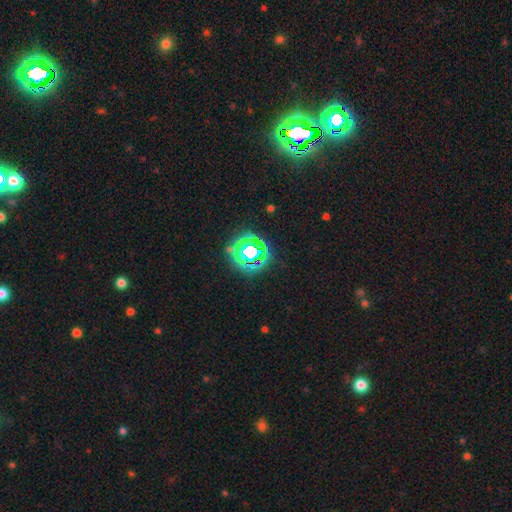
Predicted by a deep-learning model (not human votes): A star or artifact, not a galaxy (68%).

Vote fractions:
- Smooth or featured? star or artifact: 68% / smooth: 21% / featured or disk: 11%